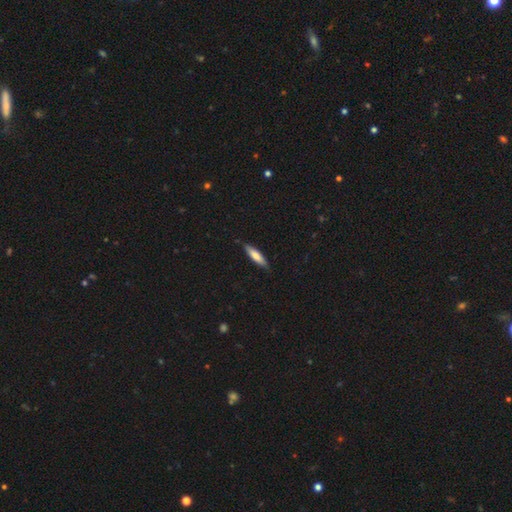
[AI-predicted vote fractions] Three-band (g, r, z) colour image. It shows a smooth galaxy with no disk features (71%) that is cigar-shaped (71%). Merging: none (84%).